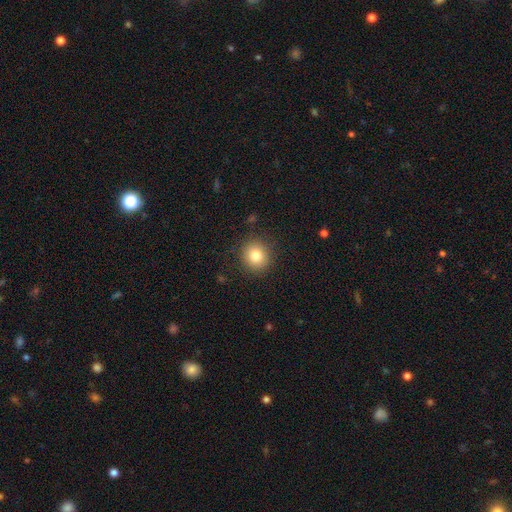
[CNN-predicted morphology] Smooth or featured? Predicted: smooth (p=0.81). How rounded? Predicted: round (p=0.88). Merging? Predicted: none (p=0.89).